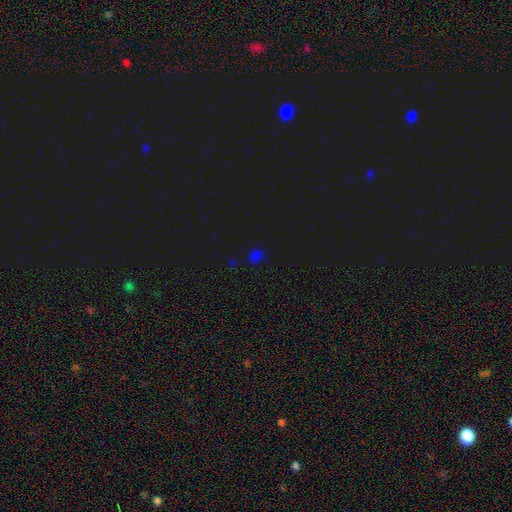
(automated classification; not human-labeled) Smooth or featured: smooth — 63% (star or artifact — 33%)
How rounded: round — 57% (in between — 41%)
Merging: none — 82% (minor disturbance — 11%)